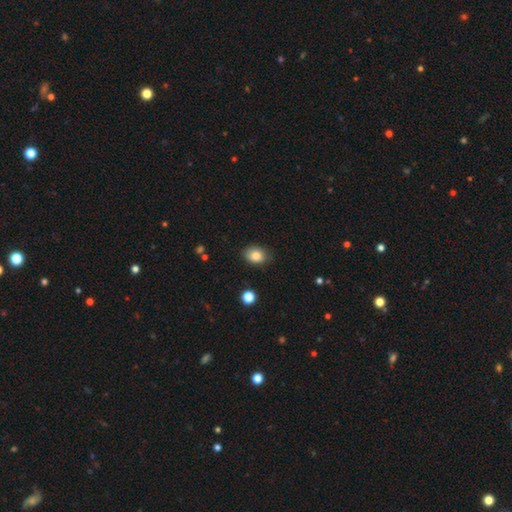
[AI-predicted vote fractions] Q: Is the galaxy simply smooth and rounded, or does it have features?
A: smooth — 84%.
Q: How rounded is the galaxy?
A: in between — 71%.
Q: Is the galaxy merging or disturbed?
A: none — 82%.